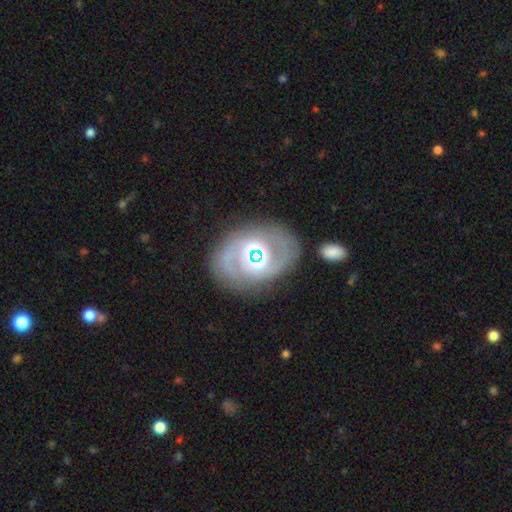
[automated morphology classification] This is likely a featured or disk galaxy (65%). It is clearly not viewed edge-on (94%). Bar: possibly no (52%). Spiral arm pattern: possibly no (52%). Central bulge: possibly moderate (51%). Merging: likely none (73%).